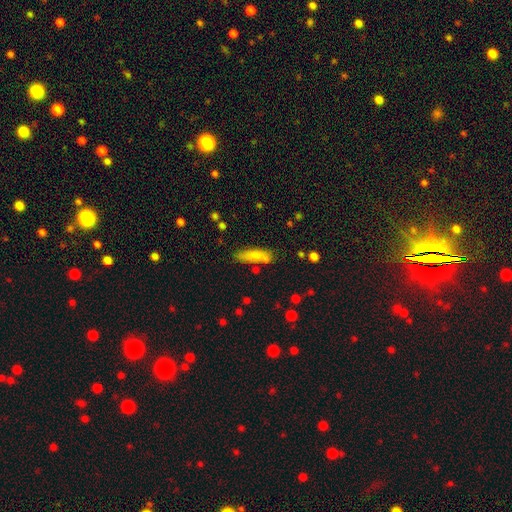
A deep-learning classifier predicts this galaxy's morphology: A smooth galaxy with no disk features (78%) that is cigar-shaped (57%).

Vote fractions:
- Smooth or featured? smooth: 78% / featured or disk: 15% / star or artifact: 8%
- How rounded? cigar-shaped: 57% / in between: 40% / round: 2%
- Merging? none: 70% / minor disturbance: 16% / merger: 10% / major disturbance: 4%